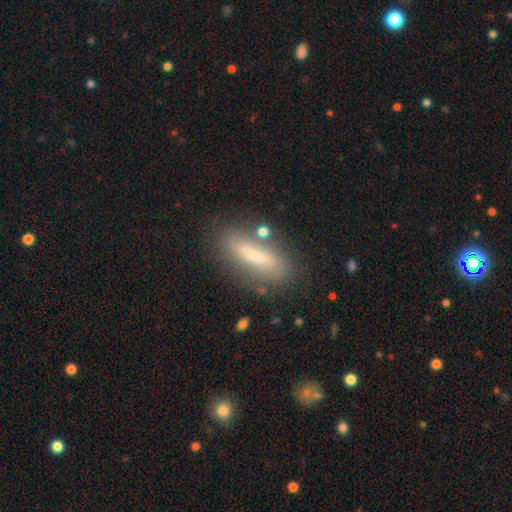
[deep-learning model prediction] This appears to be a smooth galaxy with no disk features (61%) that is cigar-shaped (57%). Merging: none (72%).